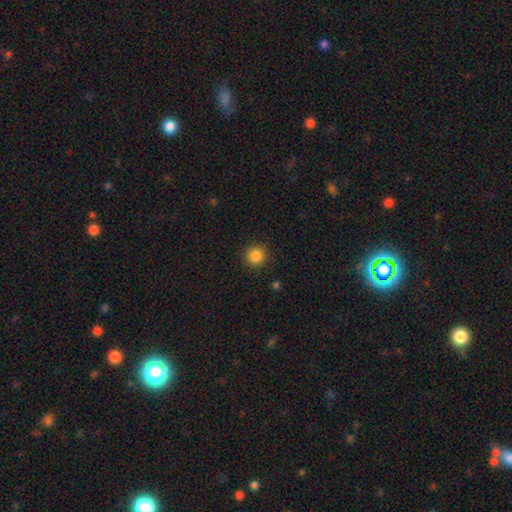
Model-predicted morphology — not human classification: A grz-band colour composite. It shows a smooth galaxy with no disk features (86%) that is round (94%). Merging: none (90%).